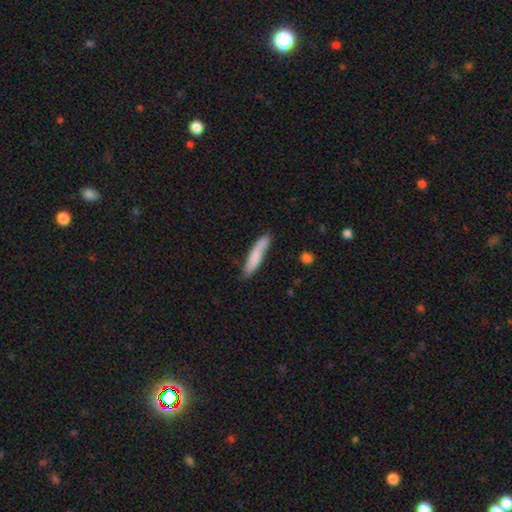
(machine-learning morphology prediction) smooth 77%, featured or disk 17%, star or artifact 5%. Down the decision tree: how rounded — cigar-shaped (87%); merging — none (77%).